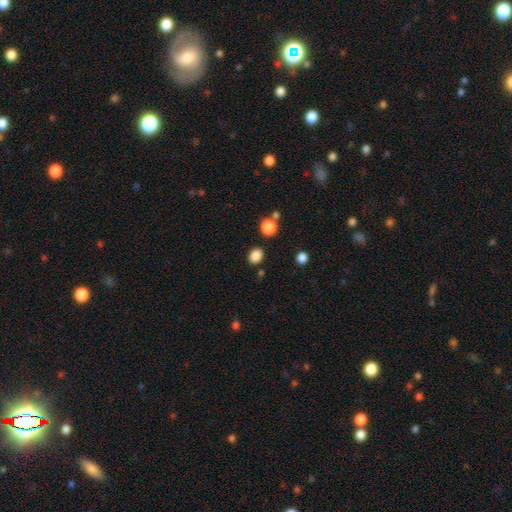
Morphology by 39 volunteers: This appears to be a smooth galaxy with no disk features (97%) that is round (61%). Merging: none (84%).